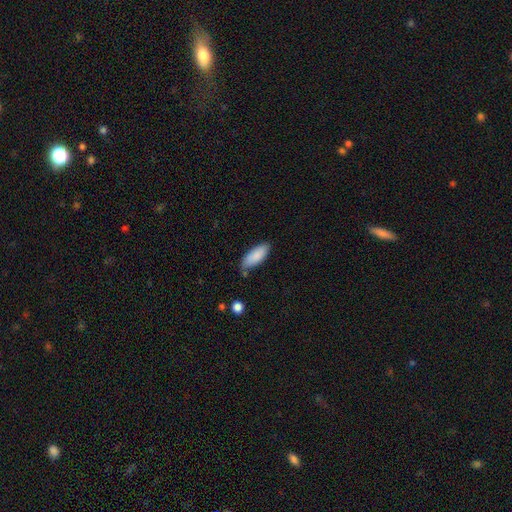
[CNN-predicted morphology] type=smooth (88%); roundness=in between (76%); merging=none (74%).